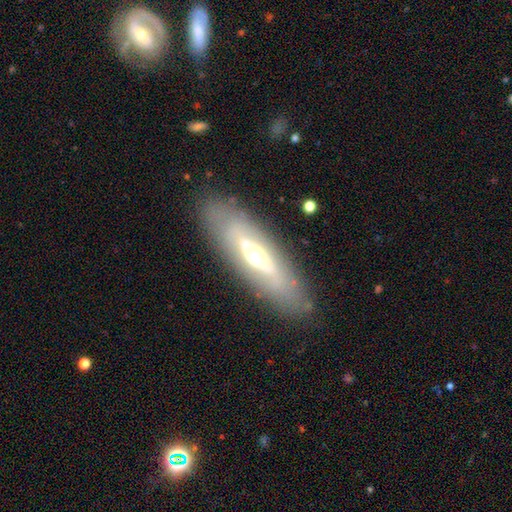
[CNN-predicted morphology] Q: Smooth or featured?
A: featured or disk (58%); runner-up: smooth (34%)
Q: Edge-on disk?
A: no (59%); runner-up: yes (41%)
Q: Merging?
A: none (83%); runner-up: minor disturbance (10%)